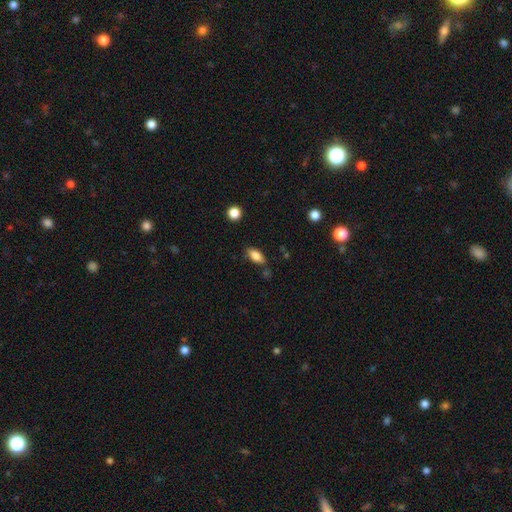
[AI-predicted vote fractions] This is clearly a smooth galaxy (84%). How rounded: clearly in between (88%). Merging: likely none (76%).